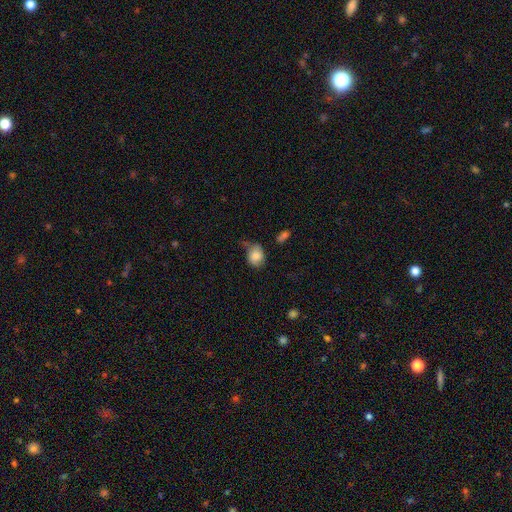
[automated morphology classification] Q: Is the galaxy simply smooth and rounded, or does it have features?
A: smooth — 80%.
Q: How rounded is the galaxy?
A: round — 55%.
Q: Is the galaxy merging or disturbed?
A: none — 51%.